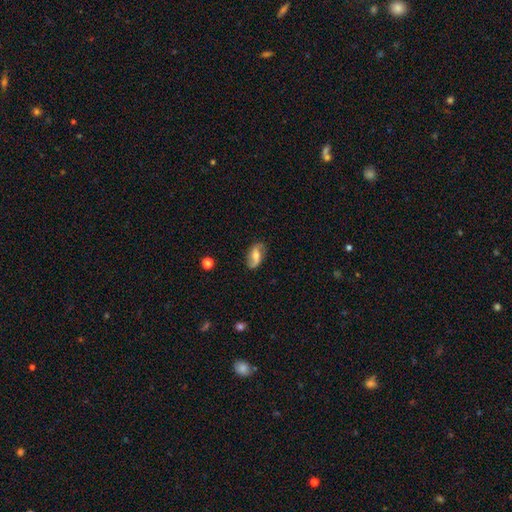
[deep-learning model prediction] Morphology: type=featured or disk (61%); edge-on=no (94%); bar=weak (43%); spiral arms=yes (89%); winding=loose (71%); arm count=2 (87%); bulge=moderate (54%); merging=none (77%).